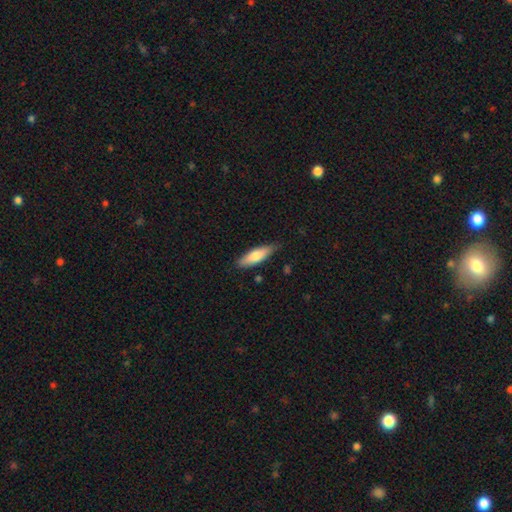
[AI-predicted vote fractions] Smooth or featured? smooth (76%)
How rounded? cigar-shaped (51%)
Merging? none (80%)